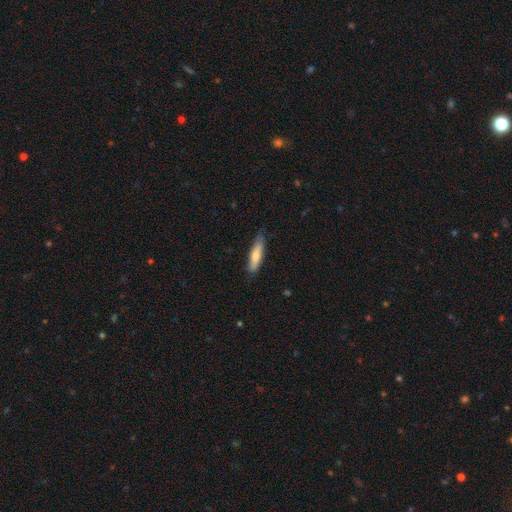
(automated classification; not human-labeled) Overall: smooth (72%). How rounded: cigar-shaped (73%). Merging: none (75%).